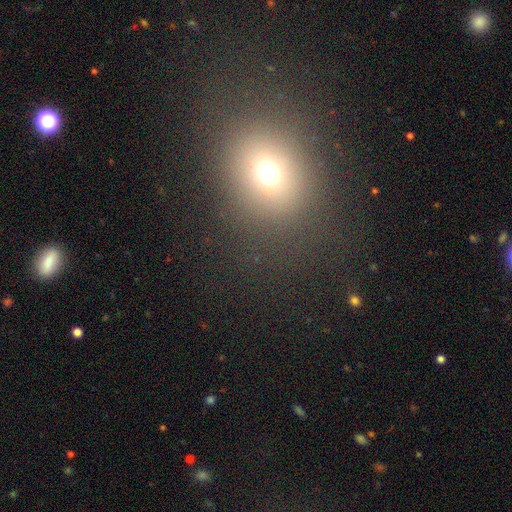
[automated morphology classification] Smooth or featured? Predicted: smooth (p=0.63). How rounded? Predicted: round (p=0.62). Merging? Predicted: none (p=0.84).